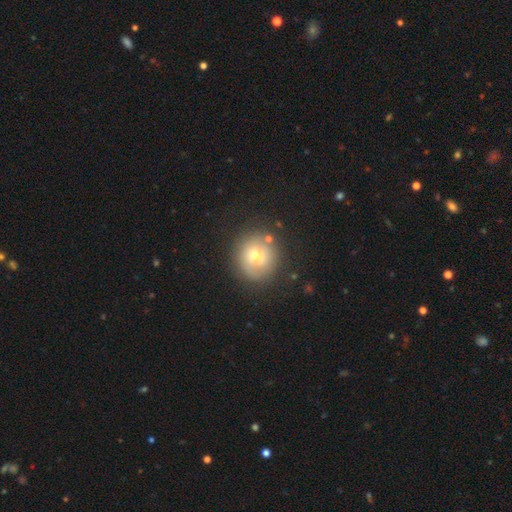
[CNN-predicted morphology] type=smooth (63%); roundness=round (90%); merging=none (79%).